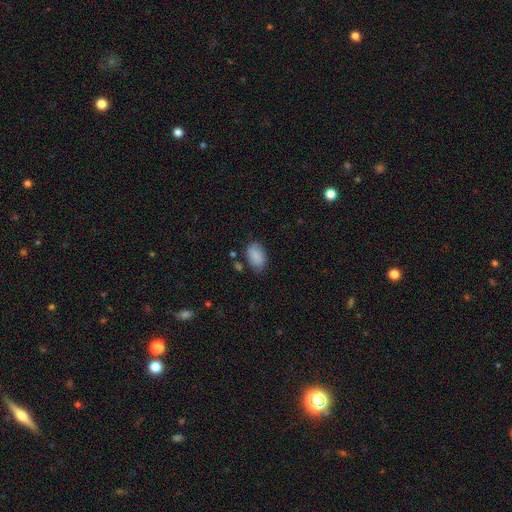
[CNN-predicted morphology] Smooth or featured?
  - smooth: 88% *
  - star or artifact: 7%
  - featured or disk: 5%
How rounded?
  - in between: 92% *
  - round: 6%
  - cigar-shaped: 2%
Merging?
  - none: 76% *
  - minor disturbance: 16%
  - major disturbance: 4%
  - merger: 3%